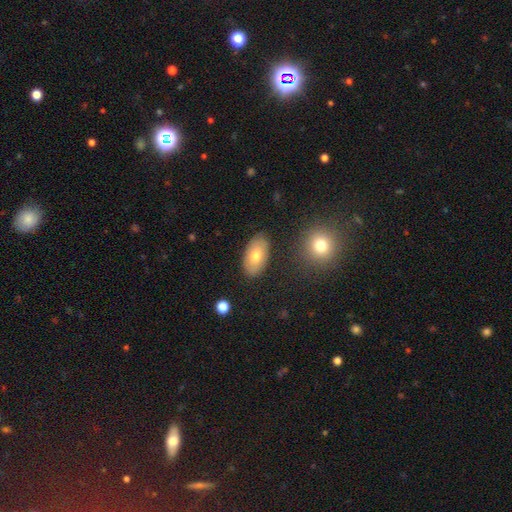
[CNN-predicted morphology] A smooth galaxy with no disk features (72%) that is in between round and cigar-shaped (94%).

Vote fractions:
- Smooth or featured? smooth: 72% / featured or disk: 21% / star or artifact: 7%
- How rounded? in between: 94% / round: 5% / cigar-shaped: 2%
- Merging? none: 84% / minor disturbance: 11% / major disturbance: 3% / merger: 2%